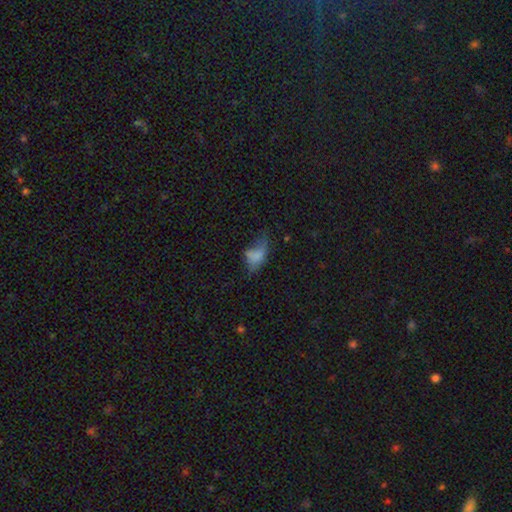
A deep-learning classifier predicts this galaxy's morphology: type=smooth (63%); roundness=in between (87%); merging=major disturbance (41%).